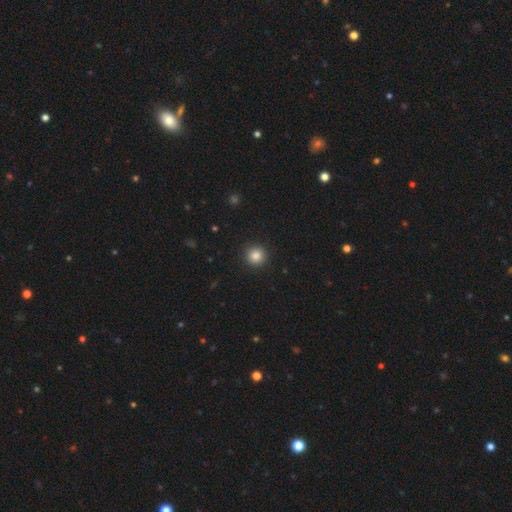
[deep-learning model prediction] Overall: smooth (84%). How rounded: round (95%). Merging: none (92%).